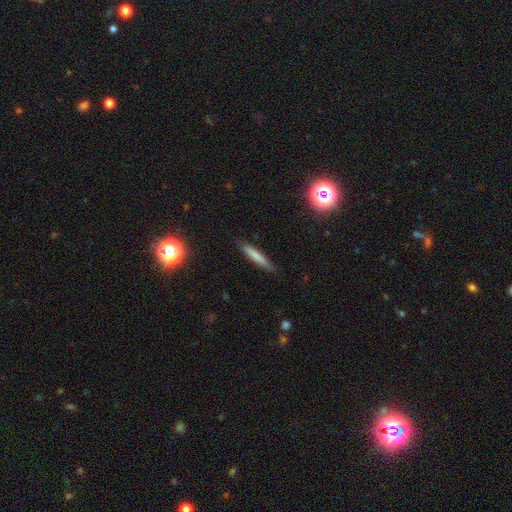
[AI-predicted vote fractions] Smooth or featured? smooth (75%)
How rounded? cigar-shaped (93%)
Merging? none (86%)